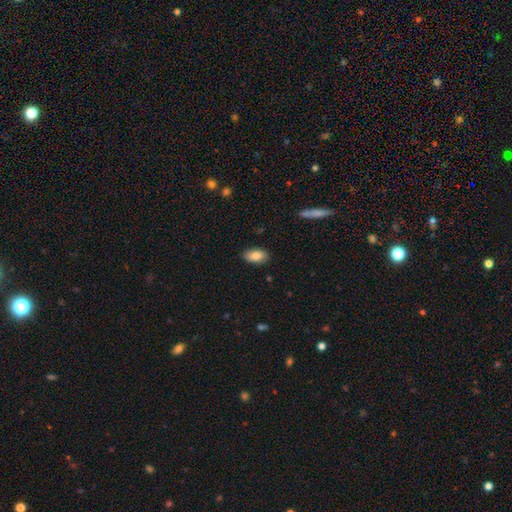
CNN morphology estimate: Smooth or featured: smooth — 83% (featured or disk — 10%)
How rounded: in between — 93% (round — 4%)
Merging: none — 87% (minor disturbance — 10%)